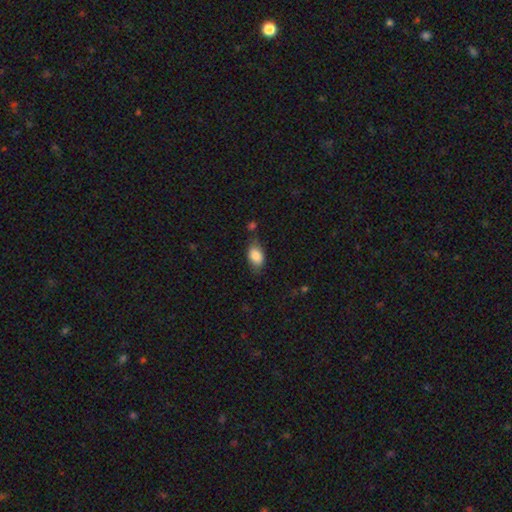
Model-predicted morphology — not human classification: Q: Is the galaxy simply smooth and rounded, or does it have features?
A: smooth — 84%.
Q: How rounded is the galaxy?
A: in between — 89%.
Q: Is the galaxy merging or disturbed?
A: none — 64%.